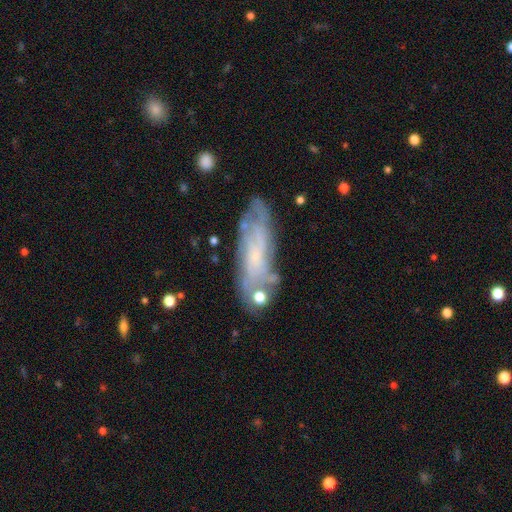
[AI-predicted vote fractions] The model was most divided on "smooth or featured": featured or disk: 63%, smooth: 29%, star or artifact: 8%. More confident: edge-on disk — no (76%); merging — none (68%).